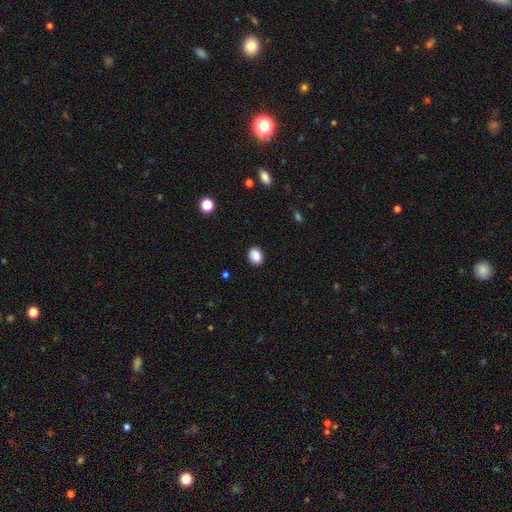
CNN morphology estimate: Q: Smooth or featured?
A: smooth (87%); runner-up: star or artifact (9%)
Q: How rounded?
A: in between (59%); runner-up: round (40%)
Q: Merging?
A: none (87%); runner-up: minor disturbance (9%)